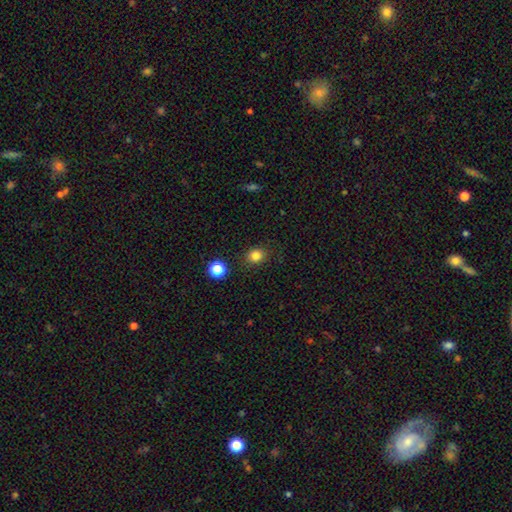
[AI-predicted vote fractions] Smooth or featured? smooth (83%)
How rounded? round (74%)
Merging? none (85%)